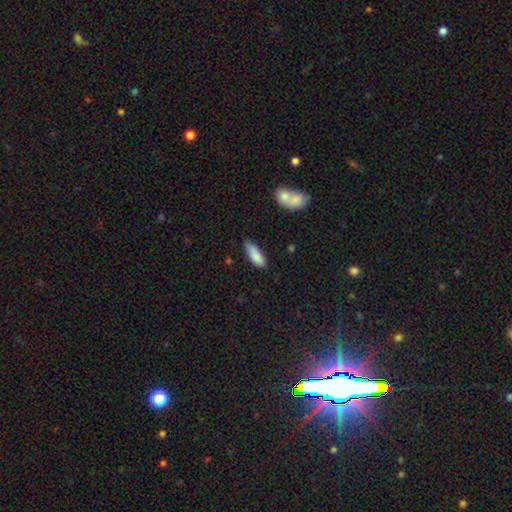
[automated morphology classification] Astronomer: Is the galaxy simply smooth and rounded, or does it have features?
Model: smooth — 84%.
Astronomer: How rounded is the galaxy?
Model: in between — 68%.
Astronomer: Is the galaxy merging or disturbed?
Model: none — 62%.